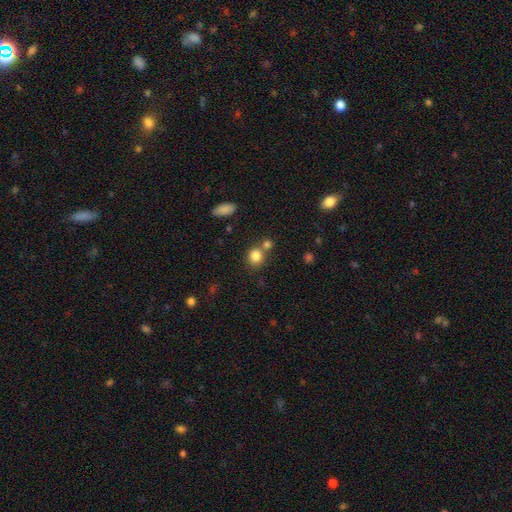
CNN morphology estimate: The model was most divided on "merging": none: 62%, merger: 26%, minor disturbance: 9%, major disturbance: 3%. More confident: smooth or featured — smooth (83%); how rounded — round (79%).